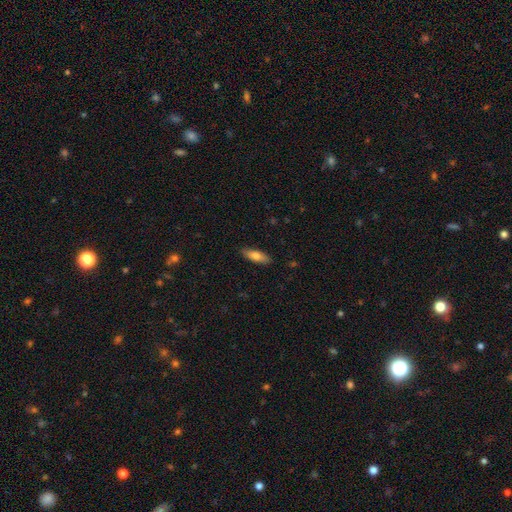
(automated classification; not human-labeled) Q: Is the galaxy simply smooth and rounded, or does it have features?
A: smooth — 76%.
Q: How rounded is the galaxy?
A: in between — 57%.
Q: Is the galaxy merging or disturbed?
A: none — 88%.